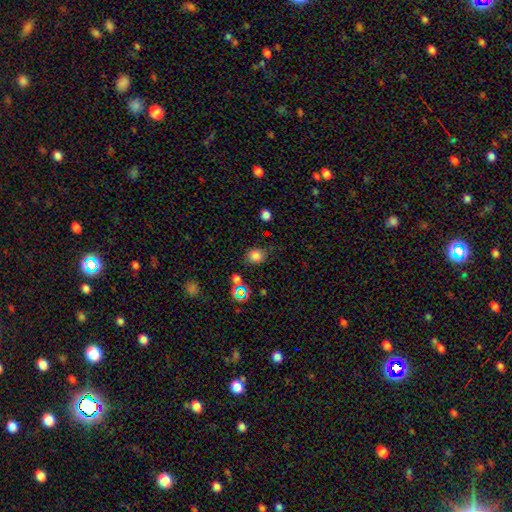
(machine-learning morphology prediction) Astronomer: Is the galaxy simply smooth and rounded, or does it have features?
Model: smooth — 78%.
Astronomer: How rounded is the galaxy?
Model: round — 65%.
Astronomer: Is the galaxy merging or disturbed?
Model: none — 71%.